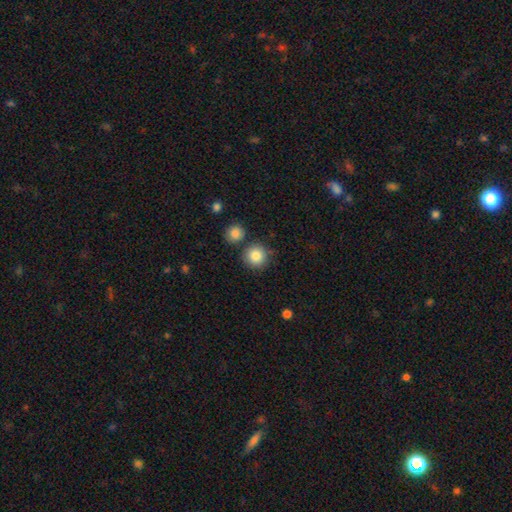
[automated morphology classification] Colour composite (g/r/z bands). It shows a smooth galaxy with no disk features (84%) that is round (93%). Merging: none (79%).